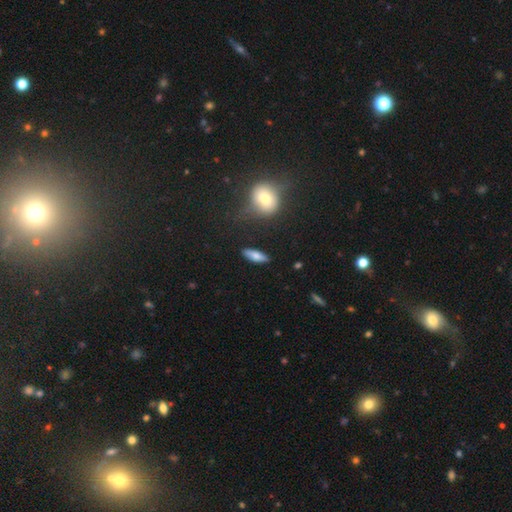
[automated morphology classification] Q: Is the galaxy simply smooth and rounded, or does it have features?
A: smooth — 70%.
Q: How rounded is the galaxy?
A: in between — 51%.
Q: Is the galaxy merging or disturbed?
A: none — 86%.